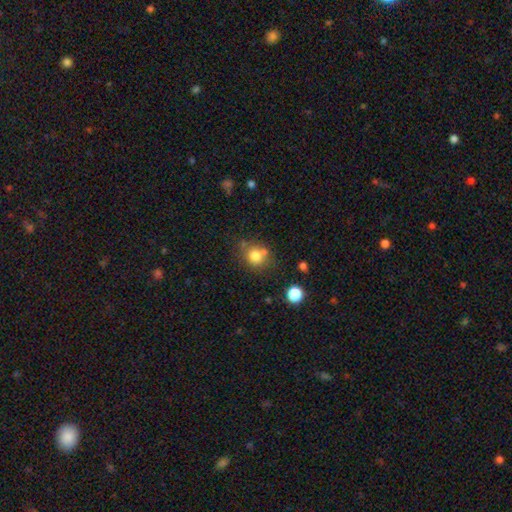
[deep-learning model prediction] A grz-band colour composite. It shows a smooth galaxy with no disk features (78%) that is round (81%). Merging: none (62%).